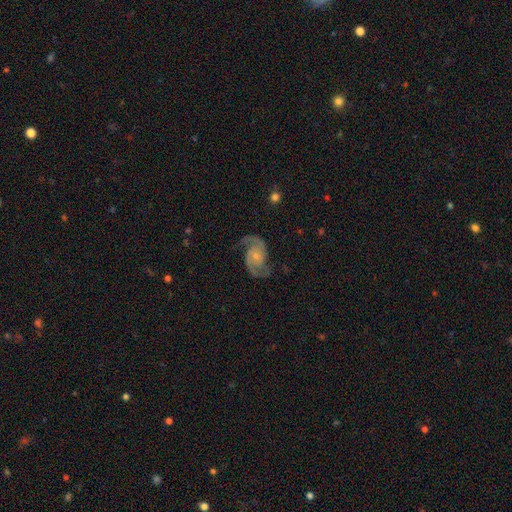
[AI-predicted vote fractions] Smooth or featured? Predicted: featured or disk (p=0.91). Edge-on disk? Predicted: no (p=0.98). Bar? Predicted: no (p=0.58). Spiral arms? Predicted: yes (p=0.98). Spiral winding? Predicted: medium (p=0.56). Spiral arm count? Predicted: 2 (p=0.94). Bulge size? Predicted: small (p=0.58). Merging? Predicted: none (p=0.78).